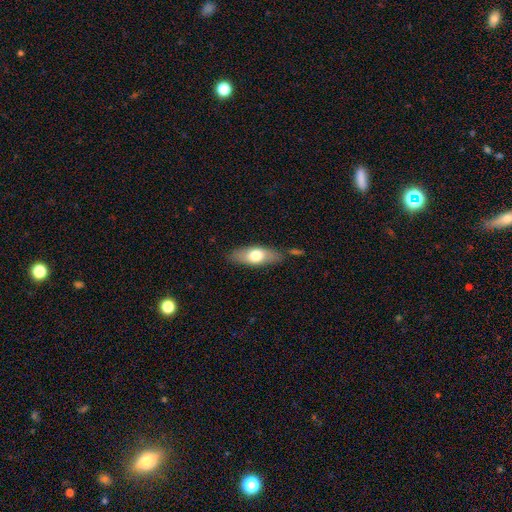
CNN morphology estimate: Smooth or featured: smooth — 66% (featured or disk — 28%)
How rounded: in between — 73% (cigar-shaped — 23%)
Merging: none — 78% (minor disturbance — 15%)